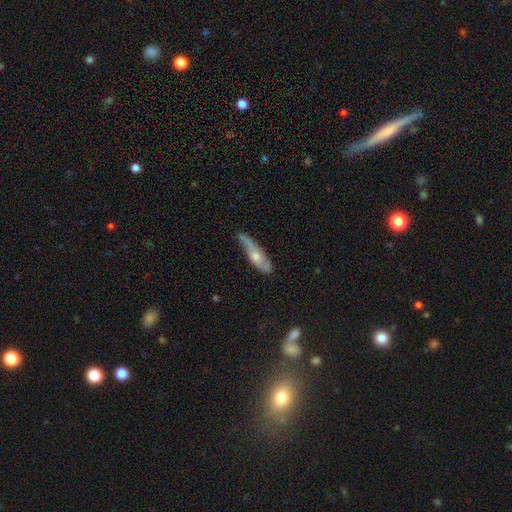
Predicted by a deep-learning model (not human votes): Smooth or featured? featured or disk (59%)
Edge-on disk? no (55%)
Merging? none (51%)